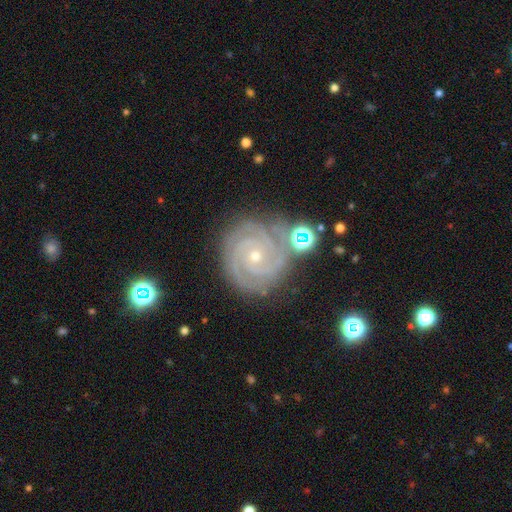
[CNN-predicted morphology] Smooth or featured?
  - featured or disk: 91% *
  - star or artifact: 6%
  - smooth: 4%
Edge-on disk?
  - no: 98% *
  - yes: 2%
Bar?
  - no: 73% *
  - weak: 20%
  - strong: 8%
Spiral arms?
  - yes: 99% *
  - no: 1%
Spiral winding?
  - tight: 84% *
  - medium: 14%
  - loose: 2%
Spiral arm count?
  - 3: 38% *
  - 2: 25%
  - 4: 16%
  - can't tell: 10%
  - more than 4: 6%
  - 1: 5%
Bulge size?
  - small: 74% *
  - moderate: 23%
  - none: 1%
  - large: 1%
  - dominant: 1%
Merging?
  - none: 78% *
  - minor disturbance: 13%
  - merger: 4%
  - major disturbance: 4%